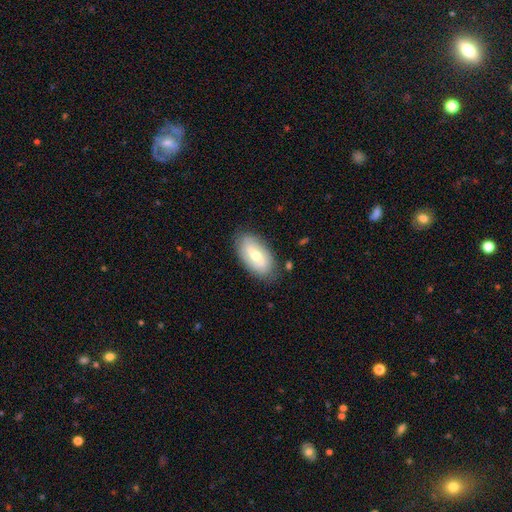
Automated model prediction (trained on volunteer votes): This appears to be a smooth galaxy with no disk features (54%) that is in between round and cigar-shaped (93%). Merging: none (82%).